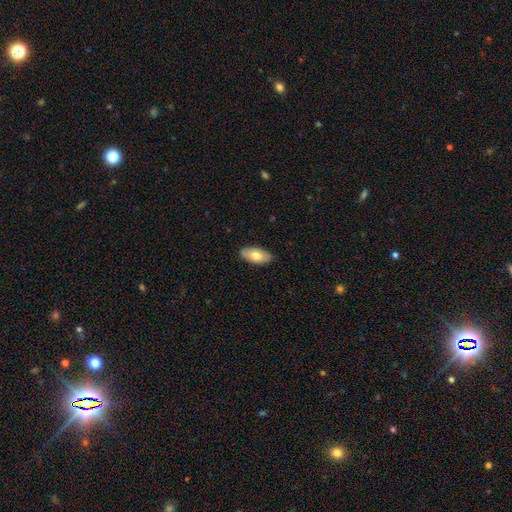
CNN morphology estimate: type=smooth (66%); roundness=in between (94%); merging=none (85%).